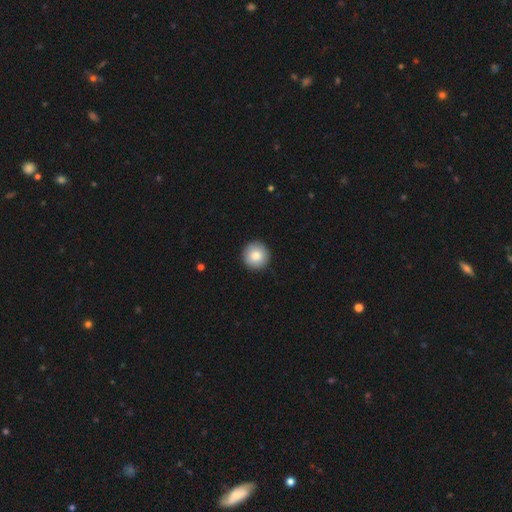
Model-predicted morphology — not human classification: Smooth or featured?
  - smooth: 85% *
  - featured or disk: 8%
  - star or artifact: 7%
How rounded?
  - round: 96% *
  - in between: 3%
  - cigar-shaped: 1%
Merging?
  - none: 92% *
  - minor disturbance: 5%
  - major disturbance: 1%
  - merger: 1%